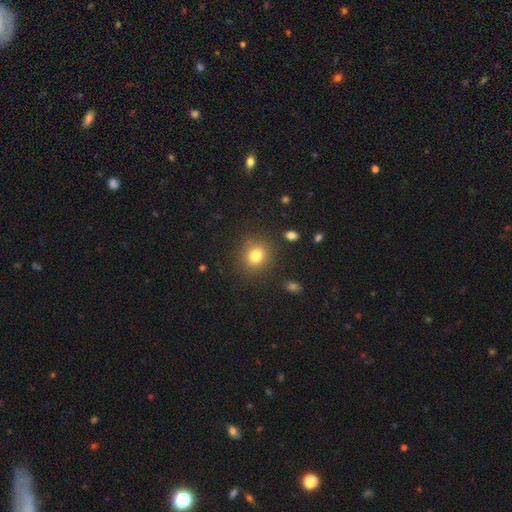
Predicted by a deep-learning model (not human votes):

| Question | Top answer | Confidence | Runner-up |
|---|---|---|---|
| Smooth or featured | smooth | 81% | star or artifact (12%) |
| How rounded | round | 79% | in between (20%) |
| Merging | none | 86% | minor disturbance (9%) |